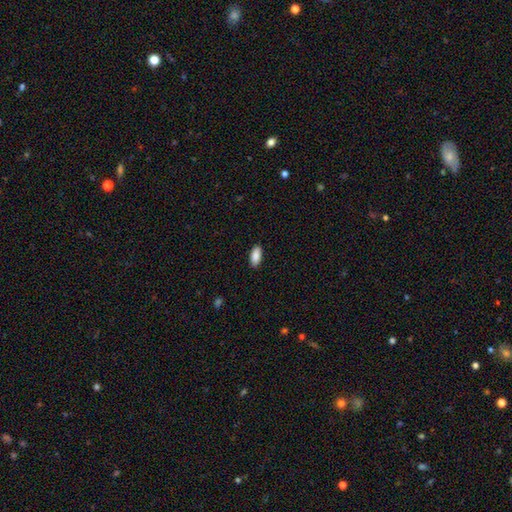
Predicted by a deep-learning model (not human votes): This appears to be a smooth galaxy with no disk features (89%) that is in between round and cigar-shaped (88%). Merging: none (89%).